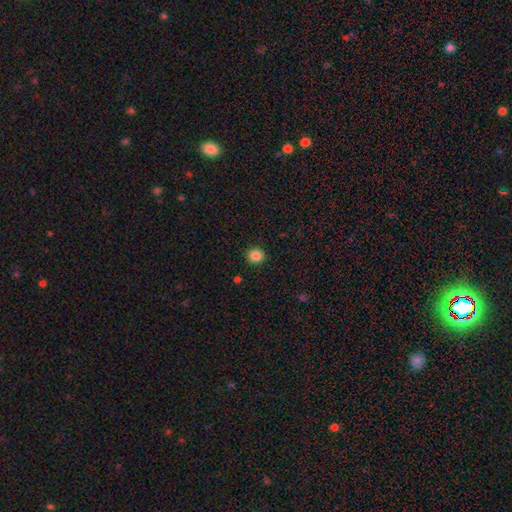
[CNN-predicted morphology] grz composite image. It shows a smooth galaxy with no disk features (85%) that is round (90%). Merging: none (92%).